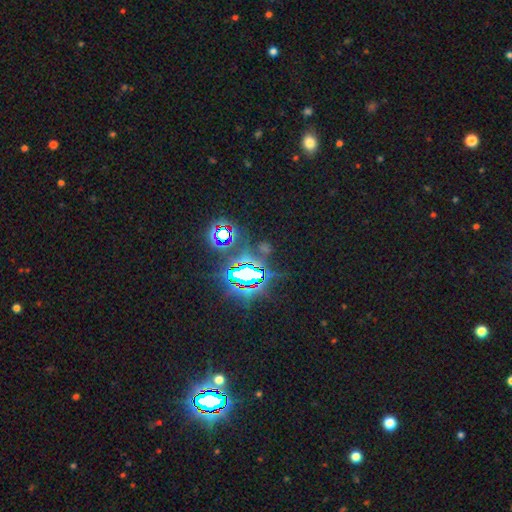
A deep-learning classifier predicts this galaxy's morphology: star or artifact 83%, smooth 10%, featured or disk 7%.